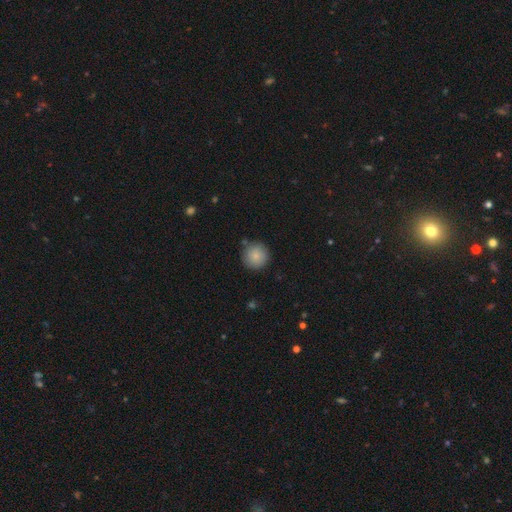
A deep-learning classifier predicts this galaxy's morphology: A smooth galaxy with no disk features (86%) that is round (95%). Merging: none (86%).